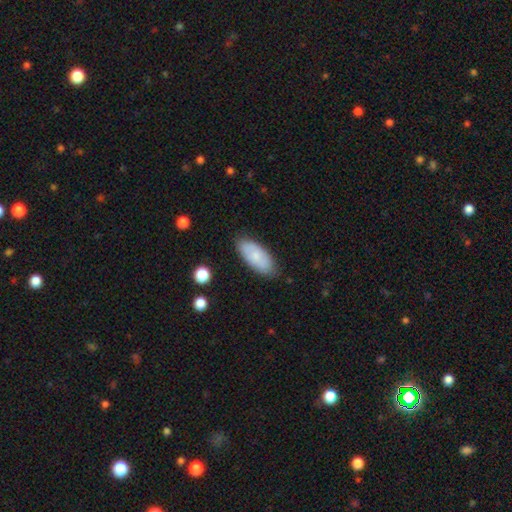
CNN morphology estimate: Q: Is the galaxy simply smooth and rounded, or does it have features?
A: smooth — 75%.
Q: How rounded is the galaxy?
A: in between — 88%.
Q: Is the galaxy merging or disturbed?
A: none — 82%.